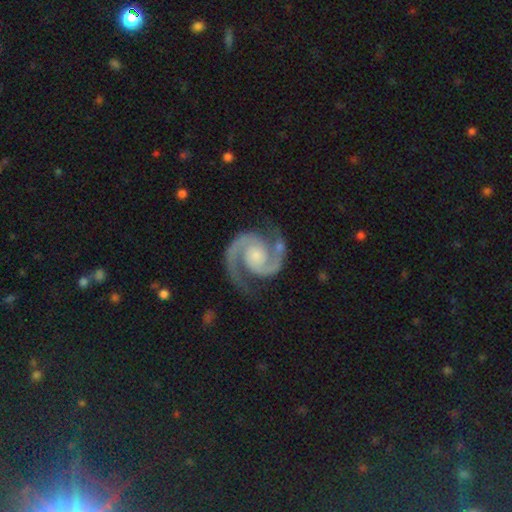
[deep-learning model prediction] A featured or disk galaxy (94%) with no bar (67%), 2 (95%) medium (58%) spiral arms (99%) and a small central bulge (50%).

Vote fractions:
- Smooth or featured? featured or disk: 94% / star or artifact: 4% / smooth: 2%
- Edge-on disk? no: 99% / yes: 1%
- Bar? no: 67% / weak: 24% / strong: 9%
- Spiral arms? yes: 99% / no: 1%
- Spiral winding? medium: 58% / tight: 35% / loose: 7%
- Spiral arm count? 2: 95% / 3: 1% / can't tell: 1% / 1: 1% / 4: 1% / more than 4: 1%
- Bulge size? small: 50% / moderate: 32% / none: 12% / large: 5% / dominant: 2%
- Merging? none: 83% / minor disturbance: 12% / major disturbance: 4% / merger: 2%